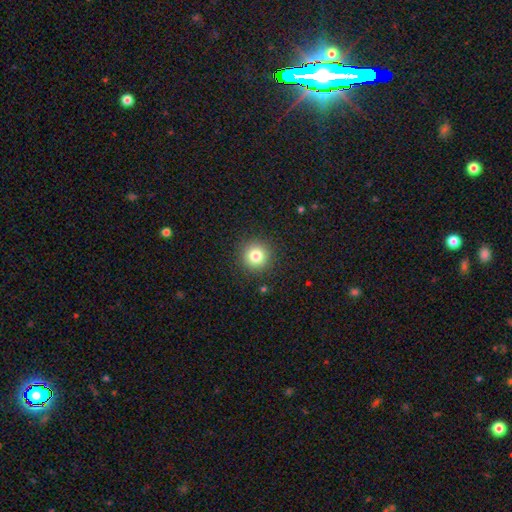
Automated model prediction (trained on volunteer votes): The model was most divided on "smooth or featured": smooth: 82%, star or artifact: 11%, featured or disk: 7%. More confident: how rounded — round (95%); merging — none (91%).